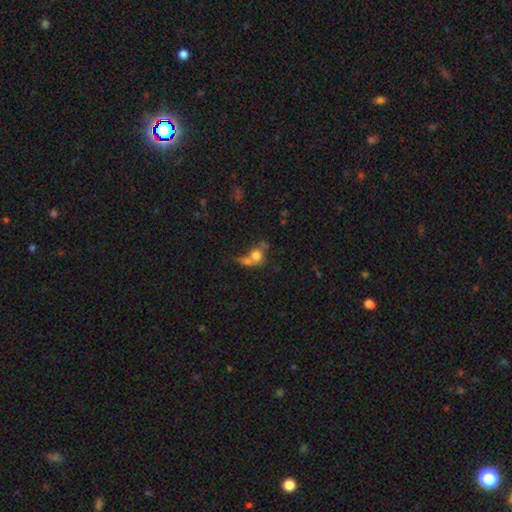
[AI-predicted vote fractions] A smooth galaxy with no disk features (70%) that is round (71%). Merging: merger (54%).